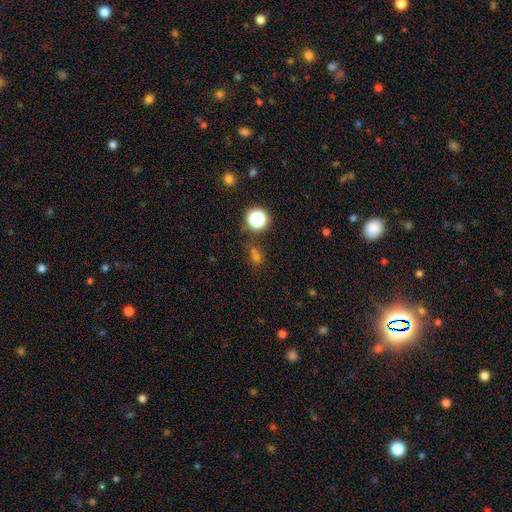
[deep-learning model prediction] This is possibly a smooth galaxy (52%). How rounded: likely round (76%). Merging: likely none (64%).